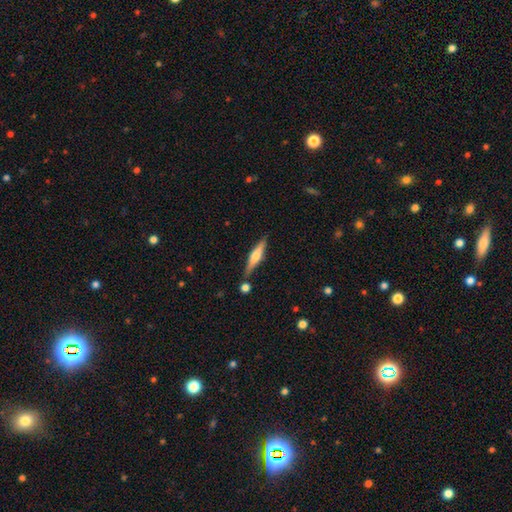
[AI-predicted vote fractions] Q: Smooth or featured?
A: featured or disk (55%); runner-up: smooth (39%)
Q: Edge-on disk?
A: yes (96%); runner-up: no (4%)
Q: Edge-on bulge?
A: rounded (84%); runner-up: boxy (10%)
Q: Merging?
A: none (80%); runner-up: minor disturbance (11%)